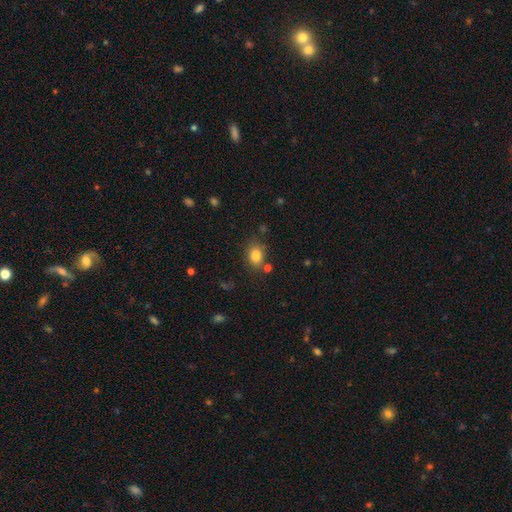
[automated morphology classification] Overall: smooth (82%). How rounded: in between (56%; round 43%). Merging: none (74%).